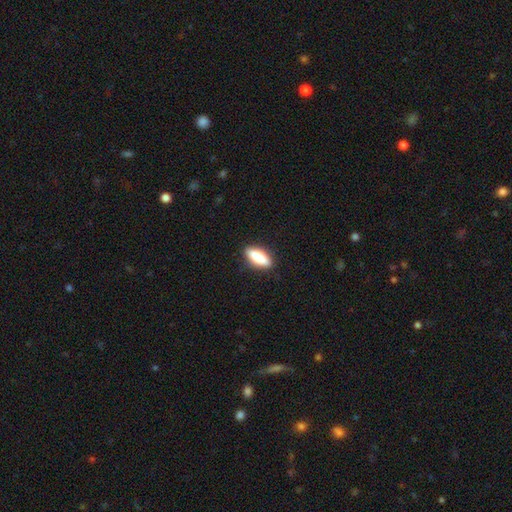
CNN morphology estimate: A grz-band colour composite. It shows a smooth galaxy with no disk features (75%) that is in between round and cigar-shaped (63%). Merging: none (88%).